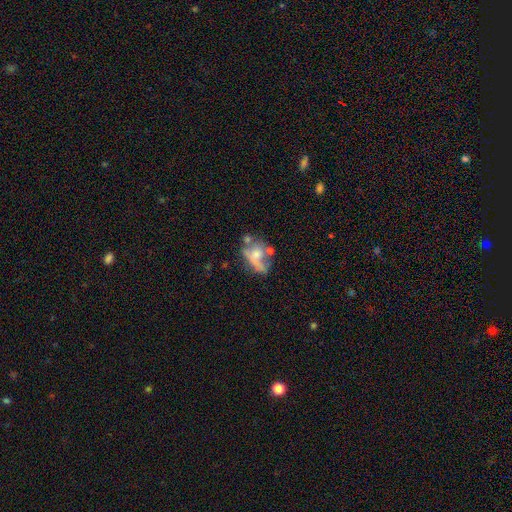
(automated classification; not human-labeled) Smooth or featured?
  - featured or disk: 45% *
  - smooth: 44%
  - star or artifact: 12%
Merging?
  - major disturbance: 30% *
  - none: 26%
  - merger: 24%
  - minor disturbance: 20%